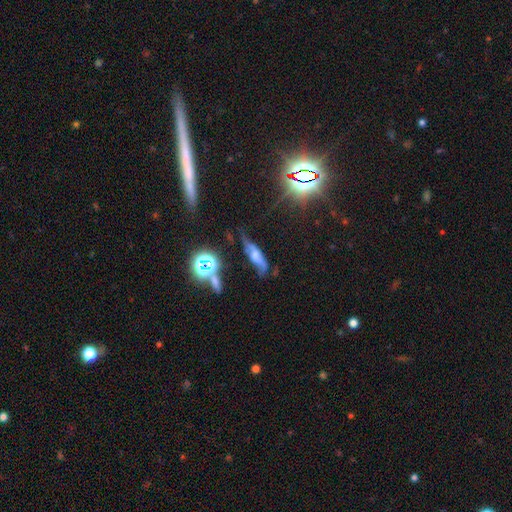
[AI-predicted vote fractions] Smooth or featured? featured or disk (44%)
Merging? none (45%)